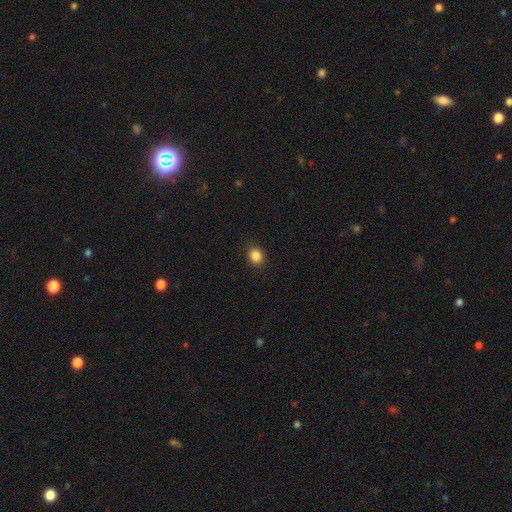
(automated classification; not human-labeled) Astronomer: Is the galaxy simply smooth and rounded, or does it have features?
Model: smooth — 86%.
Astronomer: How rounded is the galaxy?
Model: round — 58% (runner-up: in between, 41%).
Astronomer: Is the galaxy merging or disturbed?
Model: none — 89%.